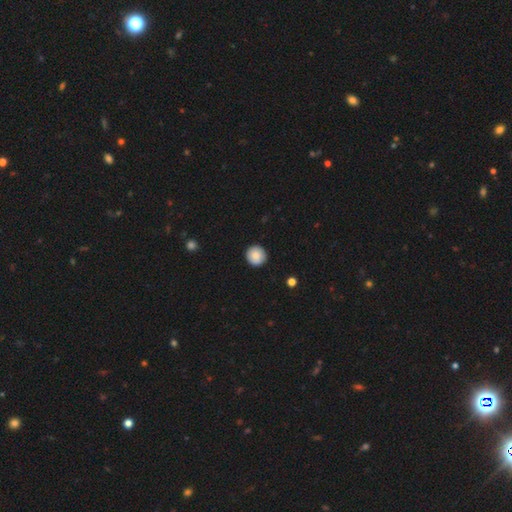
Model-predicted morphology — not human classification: Q: Smooth or featured?
A: smooth (86%); runner-up: star or artifact (8%)
Q: How rounded?
A: round (94%); runner-up: in between (5%)
Q: Merging?
A: none (91%); runner-up: minor disturbance (6%)